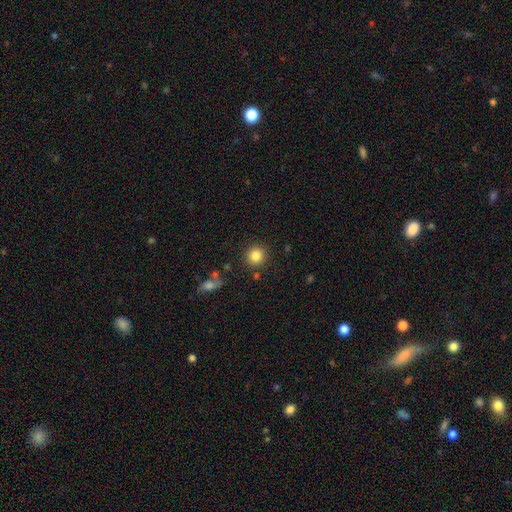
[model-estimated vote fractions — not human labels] Smooth or featured?
  - smooth: 84% *
  - star or artifact: 10%
  - featured or disk: 6%
How rounded?
  - round: 93% *
  - in between: 6%
  - cigar-shaped: 1%
Merging?
  - none: 88% *
  - minor disturbance: 7%
  - merger: 3%
  - major disturbance: 2%